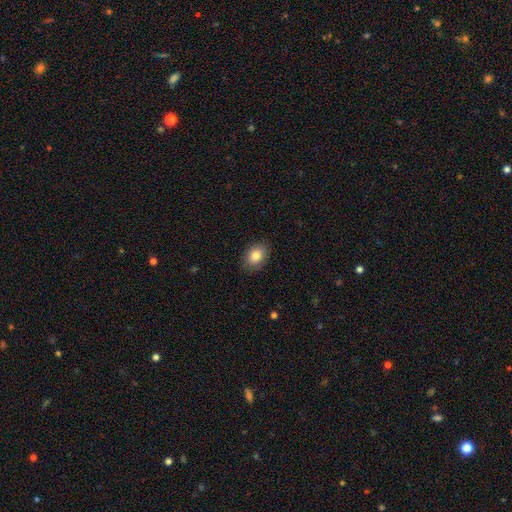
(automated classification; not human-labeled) Overall: smooth (84%). How rounded: in between (76%). Merging: none (87%).